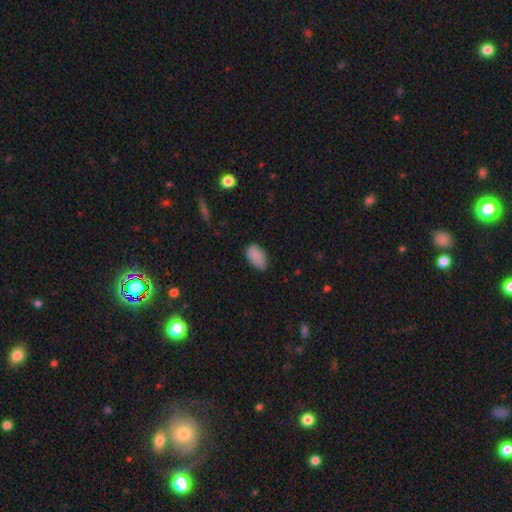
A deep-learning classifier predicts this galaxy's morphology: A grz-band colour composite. It shows a smooth galaxy with no disk features (86%) that is in between round and cigar-shaped (92%). Merging: none (61%).